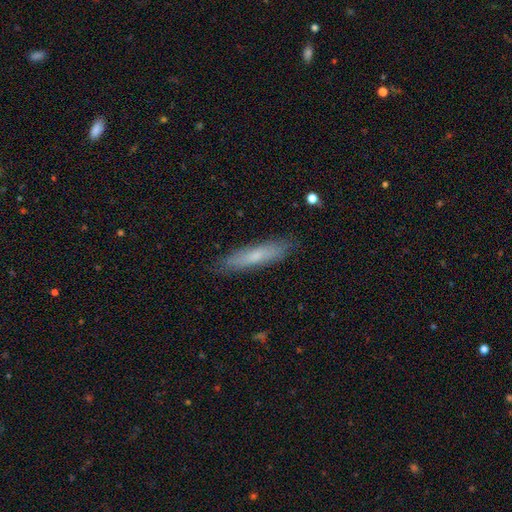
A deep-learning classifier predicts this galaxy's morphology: Smooth or featured: smooth — 67% (featured or disk — 27%)
How rounded: cigar-shaped — 84% (in between — 14%)
Merging: none — 85% (minor disturbance — 11%)